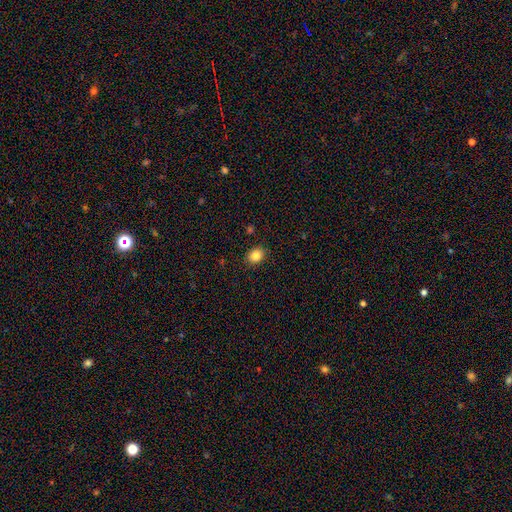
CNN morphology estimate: This is clearly a smooth galaxy (85%). How rounded: possibly in between (53%). Merging: clearly none (88%).